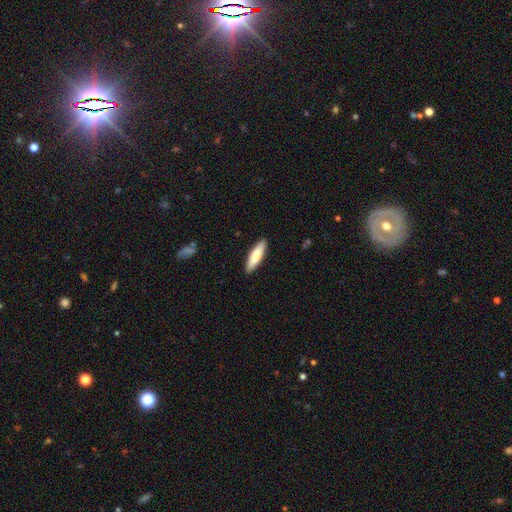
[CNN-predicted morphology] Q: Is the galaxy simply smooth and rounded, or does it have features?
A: smooth — 80%.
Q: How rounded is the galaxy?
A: cigar-shaped — 68%.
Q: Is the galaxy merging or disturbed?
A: none — 90%.